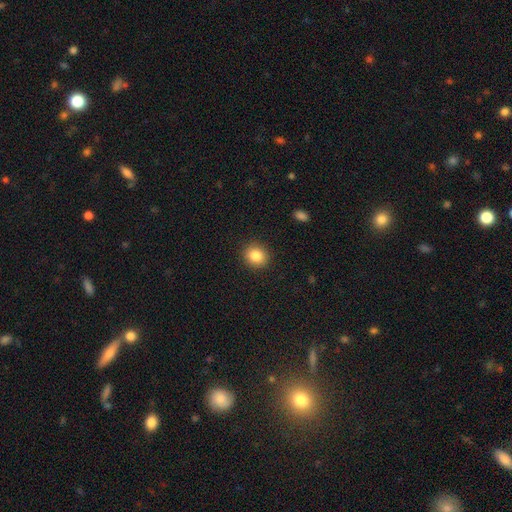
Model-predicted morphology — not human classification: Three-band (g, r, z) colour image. It shows a smooth galaxy with no disk features (84%) that is round (79%). Merging: none (91%).